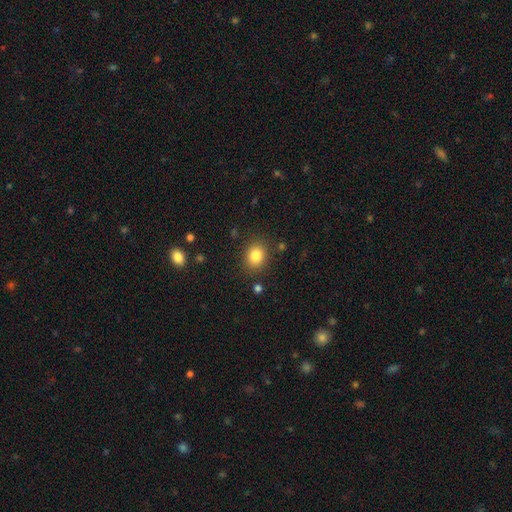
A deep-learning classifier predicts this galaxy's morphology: smooth-or-featured: smooth: 83% | star or artifact: 10% | featured or disk: 6%
  how-rounded: round: 57% | in between: 42% | cigar-shaped: 1%
  merging: none: 85% | minor disturbance: 10% | major disturbance: 3% | merger: 2%